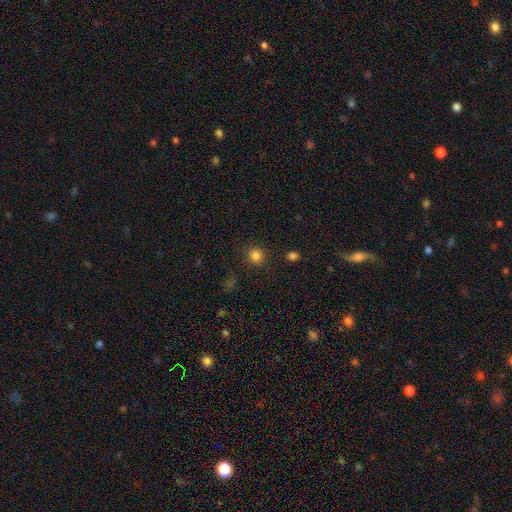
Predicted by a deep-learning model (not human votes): Smooth or featured?
  - smooth: 83% *
  - star or artifact: 13%
  - featured or disk: 4%
How rounded?
  - round: 91% *
  - in between: 8%
  - cigar-shaped: 1%
Merging?
  - none: 89% *
  - minor disturbance: 7%
  - major disturbance: 3%
  - merger: 2%